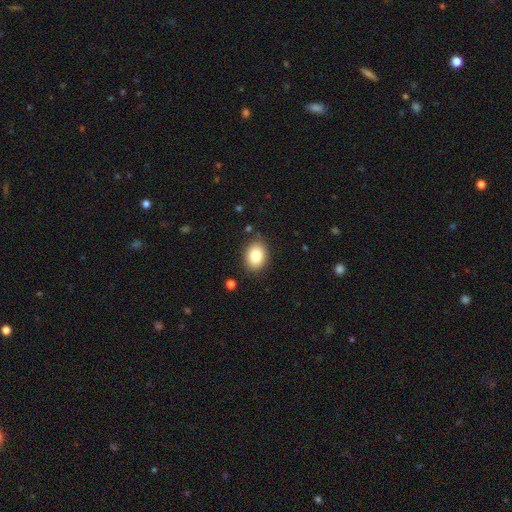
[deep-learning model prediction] Smooth or featured? Predicted: smooth (p=0.84). How rounded? Predicted: in between (p=0.62). Merging? Predicted: none (p=0.84).